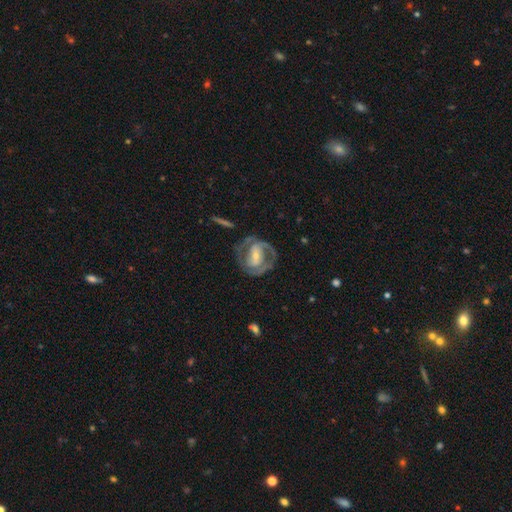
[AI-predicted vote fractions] This is clearly a featured or disk galaxy (82%). It is clearly not viewed edge-on (96%). Bar: marginally strong (38%, tied with weak). Spiral arm pattern: clearly yes (85%). Spiral arm count: likely 2 (74%). Spiral winding: possibly tight (47%). Central bulge: possibly small (56%). Merging: likely none (67%).